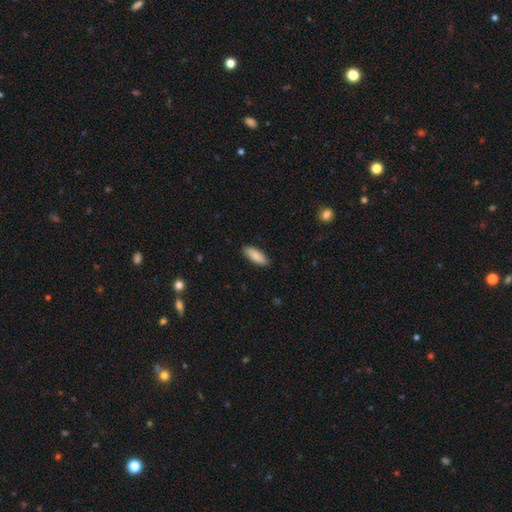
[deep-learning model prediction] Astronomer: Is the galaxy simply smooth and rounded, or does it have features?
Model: smooth — 86%.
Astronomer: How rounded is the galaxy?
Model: in between — 72%.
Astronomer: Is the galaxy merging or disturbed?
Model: none — 89%.